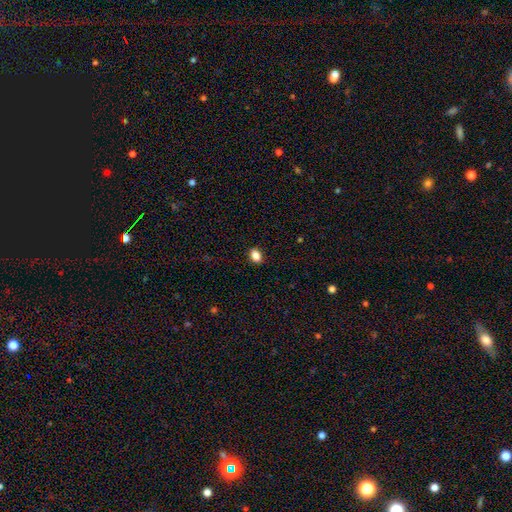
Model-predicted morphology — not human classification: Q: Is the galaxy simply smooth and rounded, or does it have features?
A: smooth — 86%.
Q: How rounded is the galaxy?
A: in between — 79%.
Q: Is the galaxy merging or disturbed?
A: none — 89%.